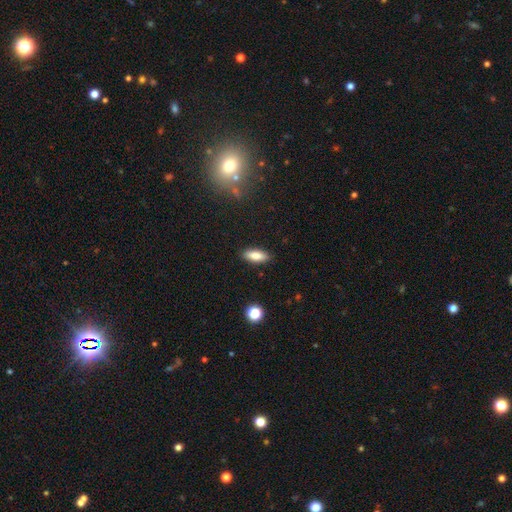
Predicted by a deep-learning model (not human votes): This appears to be a smooth galaxy with no disk features (81%) that is in between round and cigar-shaped (70%). Merging: none (88%).